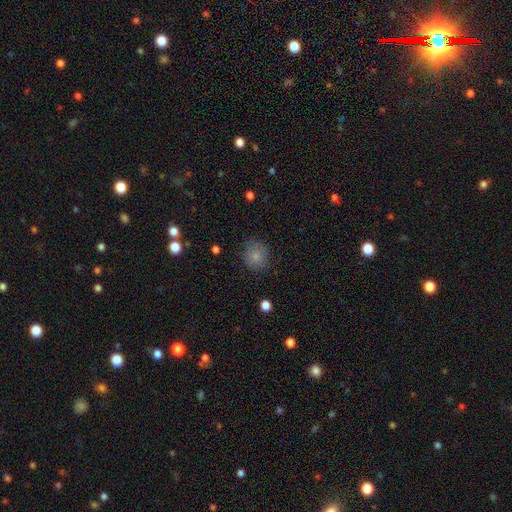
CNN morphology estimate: This is clearly a smooth galaxy (81%). How rounded: clearly round (81%). Merging: likely none (78%).